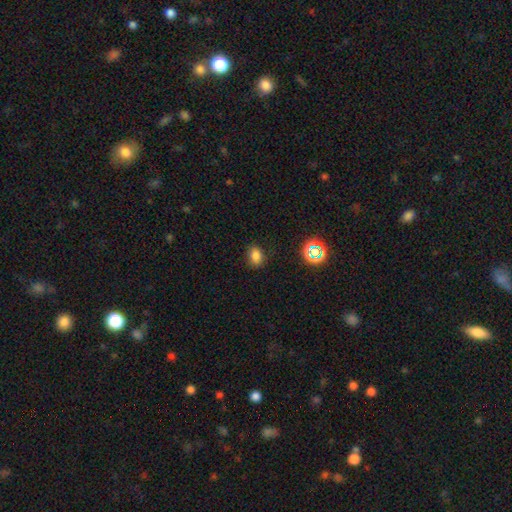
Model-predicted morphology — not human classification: Smooth or featured?
  - smooth: 79% *
  - star or artifact: 16%
  - featured or disk: 5%
How rounded?
  - in between: 67% *
  - round: 32%
  - cigar-shaped: 1%
Merging?
  - none: 84% *
  - minor disturbance: 12%
  - major disturbance: 3%
  - merger: 1%